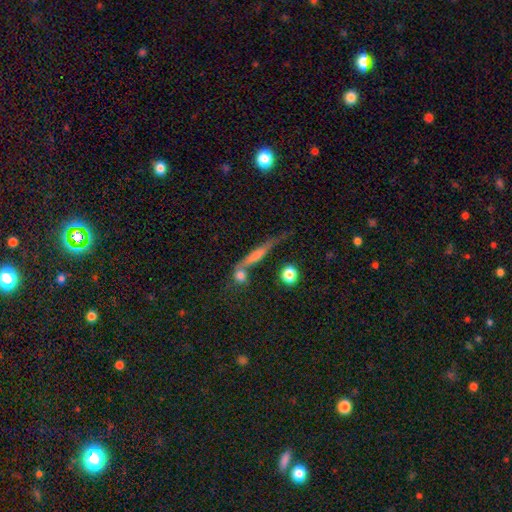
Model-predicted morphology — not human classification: Overall: featured or disk (48%; smooth 39%). Merging: none (52%; merger 21%).